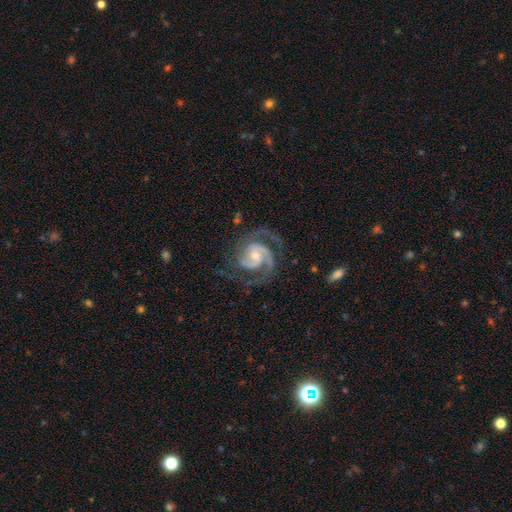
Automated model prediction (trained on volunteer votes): Morphology: type=featured or disk (93%); edge-on=no (98%); bar=no (51%); spiral arms=yes (99%); winding=medium (48%); arm count=2 (61%); bulge=small (47%); merging=none (72%).